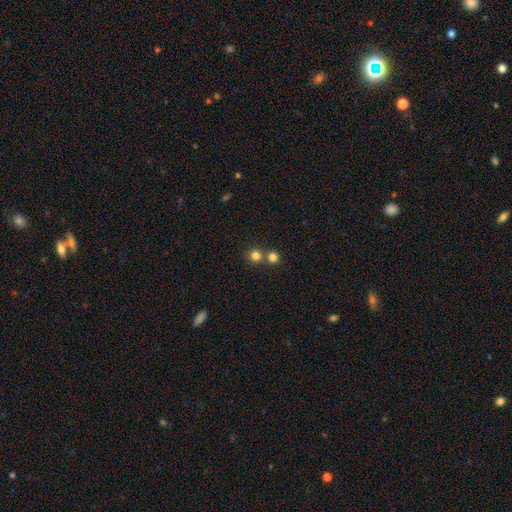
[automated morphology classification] Smooth or featured: smooth — 81% (star or artifact — 14%)
How rounded: round — 92% (in between — 7%)
Merging: none — 63% (merger — 30%)